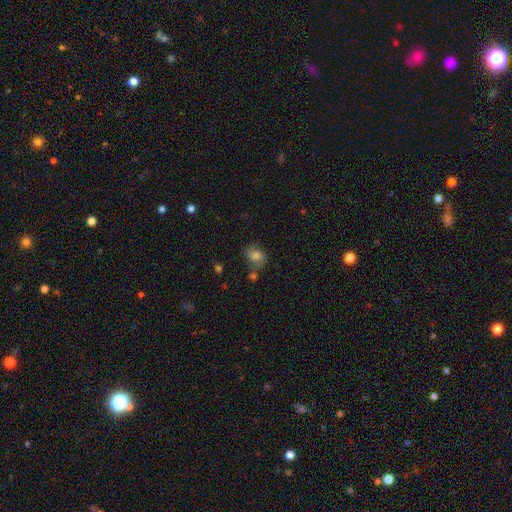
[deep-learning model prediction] Smooth or featured? smooth (64%)
How rounded? round (57%)
Merging? none (59%)